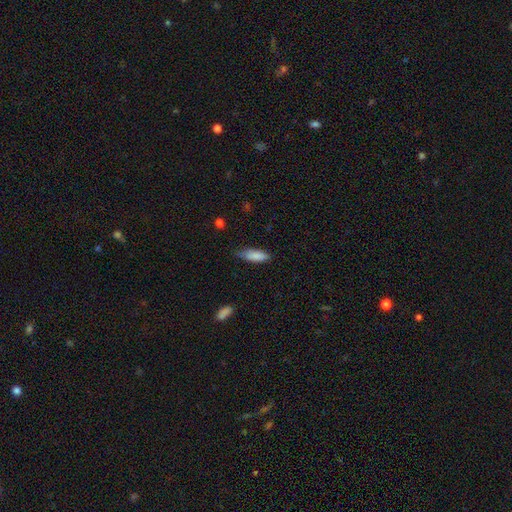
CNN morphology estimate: type=smooth (86%); roundness=in between (56%); merging=none (66%).